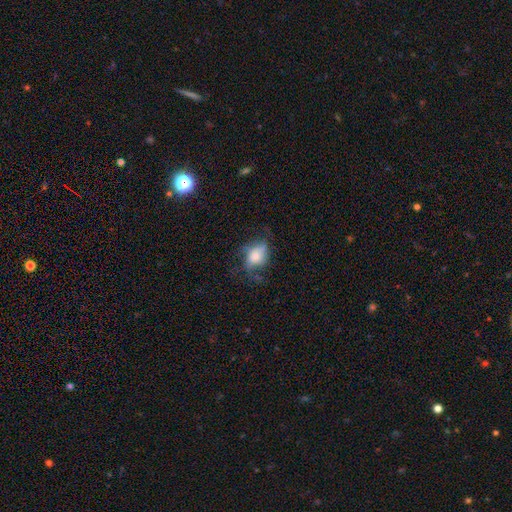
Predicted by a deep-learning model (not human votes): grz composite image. It shows a smooth galaxy with no disk features (55%) that is in between round and cigar-shaped (67%). Merging: none (40%).